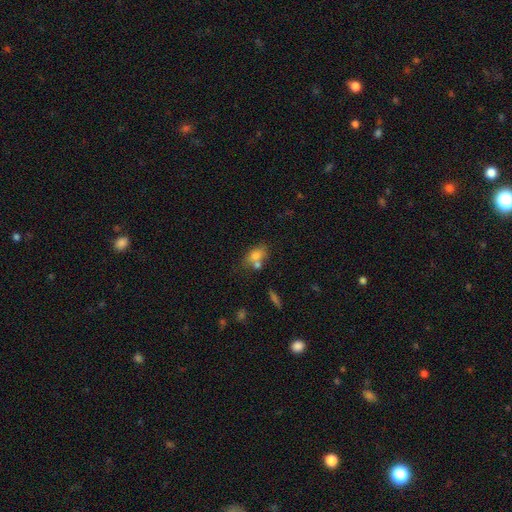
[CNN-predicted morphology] Overall: smooth (75%). How rounded: in between (80%). Merging: none (46%; merger 33%).